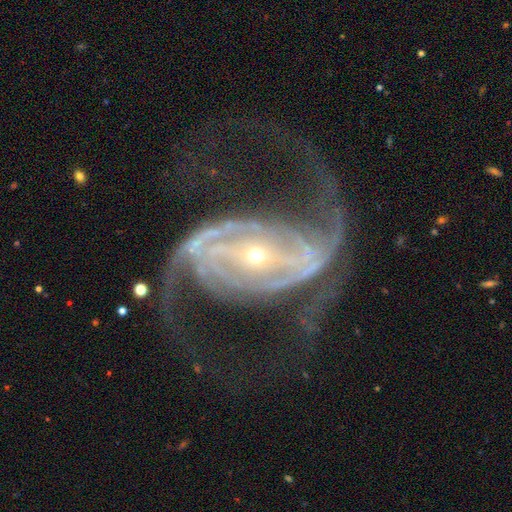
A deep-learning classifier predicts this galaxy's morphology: Smooth or featured? featured or disk (92%)
Edge-on disk? no (97%)
Bar? strong (59%)
Spiral arms? yes (97%)
Spiral winding? medium (51%)
Spiral arm count? 2 (90%)
Bulge size? small (75%)
Merging? none (61%)